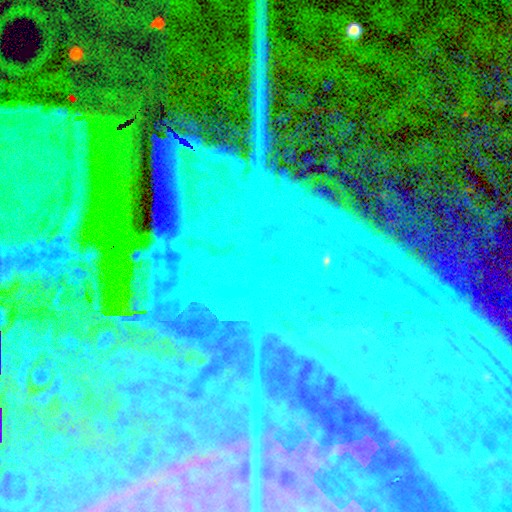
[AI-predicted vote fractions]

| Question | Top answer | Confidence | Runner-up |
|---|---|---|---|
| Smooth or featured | star or artifact | 87% | featured or disk (8%) |